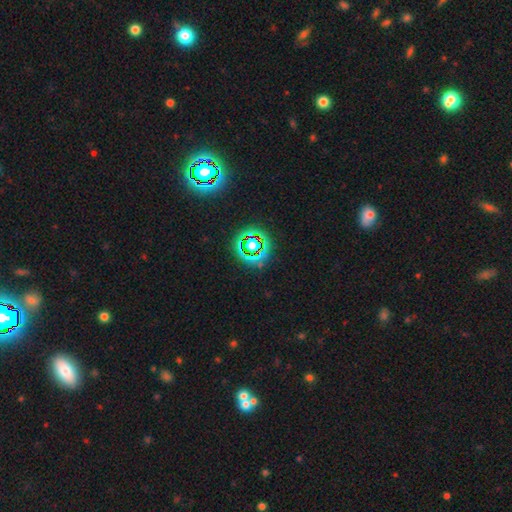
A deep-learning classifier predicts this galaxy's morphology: This appears to be a star or artifact, not a galaxy (76%).